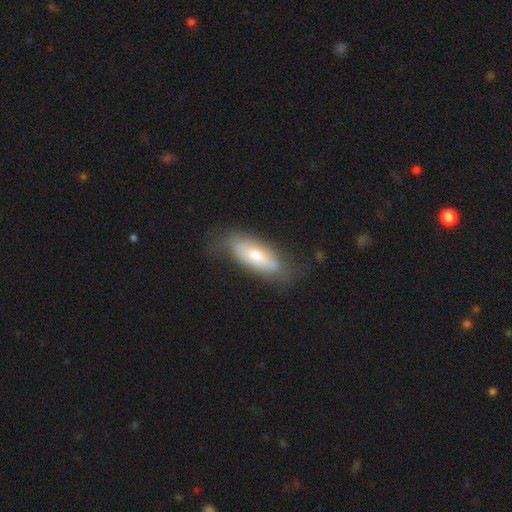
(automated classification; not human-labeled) Morphology: type=smooth (63%); roundness=in between (70%); merging=none (68%).